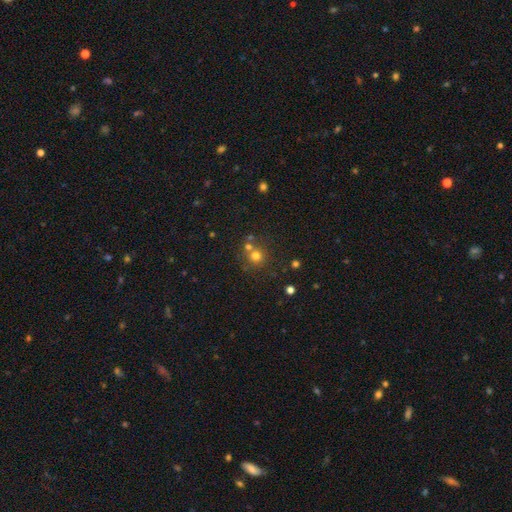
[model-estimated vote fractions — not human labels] Smooth or featured? Predicted: smooth (p=0.70). How rounded? Predicted: round (p=0.90). Merging? Predicted: none (p=0.61).